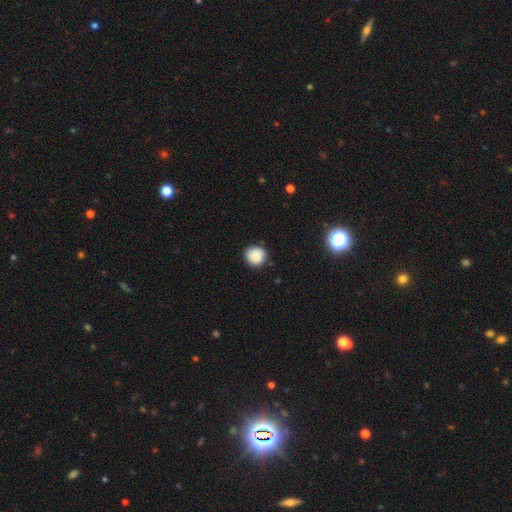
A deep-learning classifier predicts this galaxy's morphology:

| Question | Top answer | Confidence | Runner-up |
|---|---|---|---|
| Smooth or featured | smooth | 87% | star or artifact (9%) |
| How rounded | round | 92% | in between (7%) |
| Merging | none | 84% | minor disturbance (12%) |